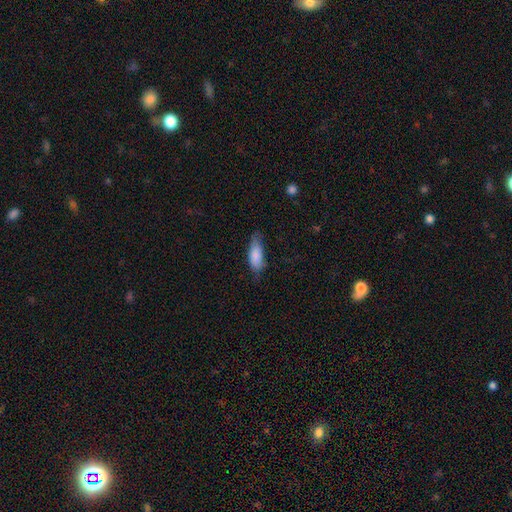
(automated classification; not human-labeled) smooth_or_featured: smooth (p=0.84) [alt: featured or disk p=0.10]
how_rounded: in between (p=0.76) [alt: cigar-shaped p=0.22]
merging: none (p=0.57) [alt: minor disturbance p=0.33]